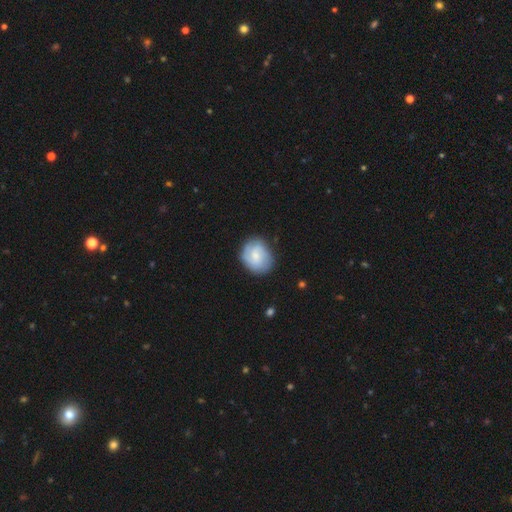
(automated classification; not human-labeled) A featured or disk galaxy (51%). Merging: none (76%).